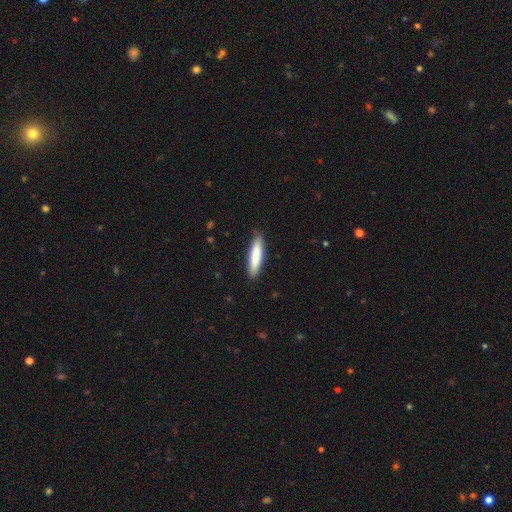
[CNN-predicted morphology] The model was most divided on "how rounded": cigar-shaped: 82%, in between: 17%, round: 1%. More confident: merging — none (88%); smooth or featured — smooth (82%).